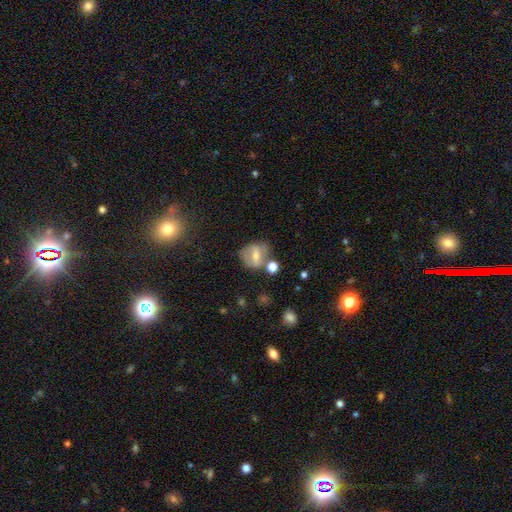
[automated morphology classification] smooth-or-featured: smooth: 47% | featured or disk: 42% | star or artifact: 11%
  merging: none: 53% | minor disturbance: 22% | merger: 14% | major disturbance: 11%